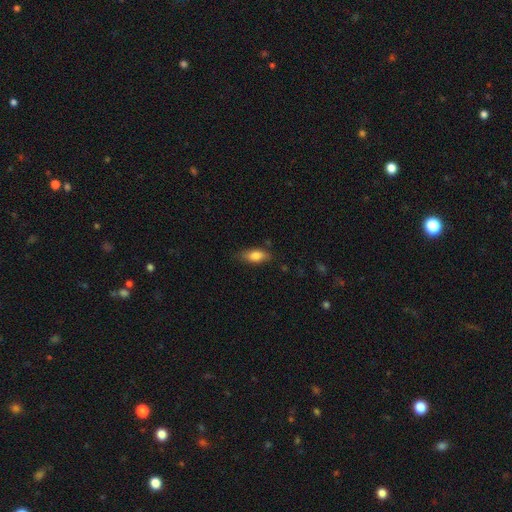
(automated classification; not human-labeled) The model was most divided on "merging": none: 78%, minor disturbance: 17%, major disturbance: 3%, merger: 1%. More confident: how rounded — in between (81%); smooth or featured — smooth (81%).